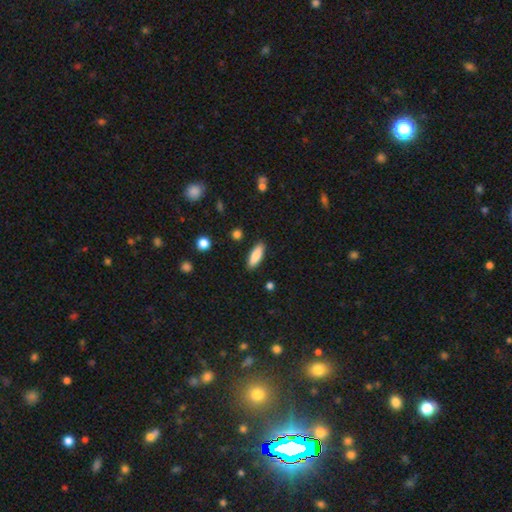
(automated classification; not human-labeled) Smooth or featured?
  - smooth: 85% *
  - featured or disk: 9%
  - star or artifact: 6%
How rounded?
  - in between: 55% *
  - cigar-shaped: 43%
  - round: 2%
Merging?
  - none: 88% *
  - minor disturbance: 8%
  - major disturbance: 2%
  - merger: 1%